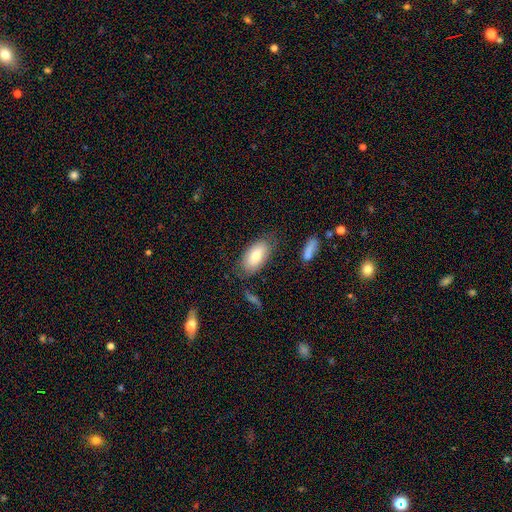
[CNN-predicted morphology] A smooth galaxy with no disk features (76%) that is in between round and cigar-shaped (92%).

Vote fractions:
- Smooth or featured? smooth: 76% / featured or disk: 17% / star or artifact: 7%
- How rounded? in between: 92% / cigar-shaped: 5% / round: 3%
- Merging? none: 71% / minor disturbance: 19% / major disturbance: 5% / merger: 5%